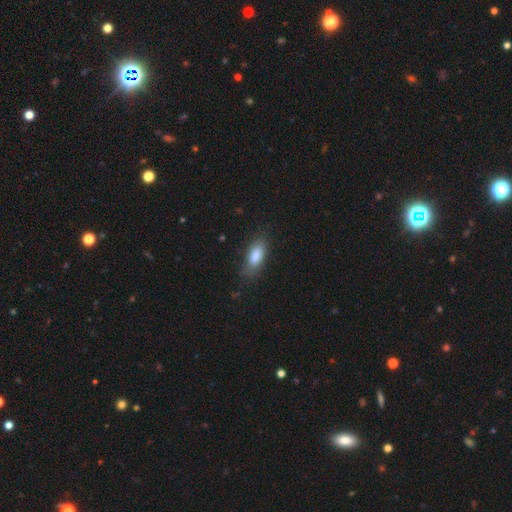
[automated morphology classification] A smooth galaxy with no disk features (84%) that is in between round and cigar-shaped (82%). Merging: none (74%).